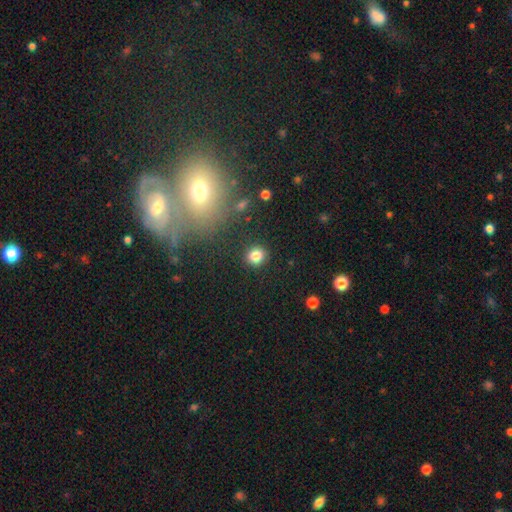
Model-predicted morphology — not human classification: The model was most divided on "how rounded": round: 83%, in between: 16%, cigar-shaped: 1%. More confident: merging — none (89%); smooth or featured — smooth (83%).